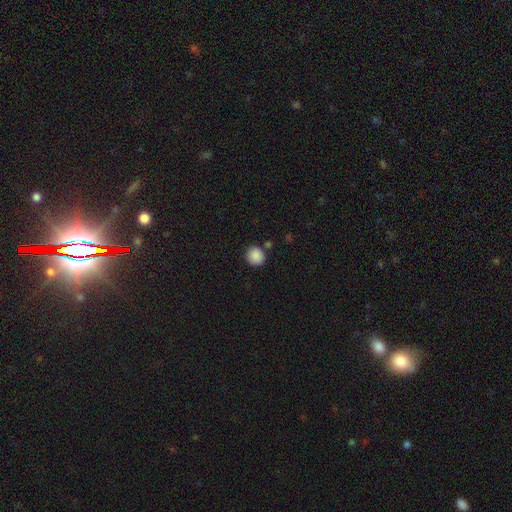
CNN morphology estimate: A smooth galaxy with no disk features (88%) that is round (89%).

Vote fractions:
- Smooth or featured? smooth: 88% / star or artifact: 9% / featured or disk: 3%
- How rounded? round: 89% / in between: 10% / cigar-shaped: 1%
- Merging? none: 83% / minor disturbance: 9% / merger: 5% / major disturbance: 3%